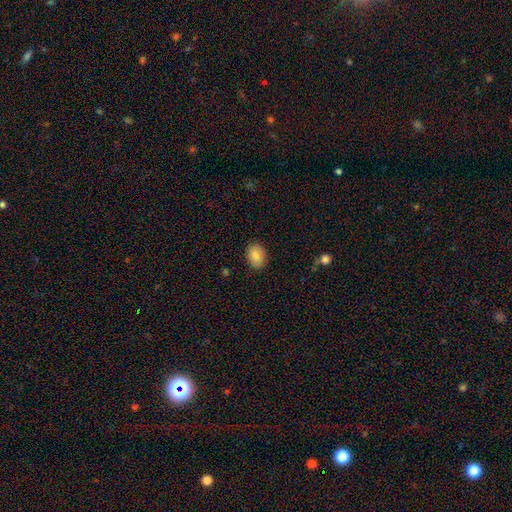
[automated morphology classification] Q: Smooth or featured?
A: smooth (87%); runner-up: star or artifact (7%)
Q: How rounded?
A: in between (72%); runner-up: round (27%)
Q: Merging?
A: none (86%); runner-up: minor disturbance (10%)